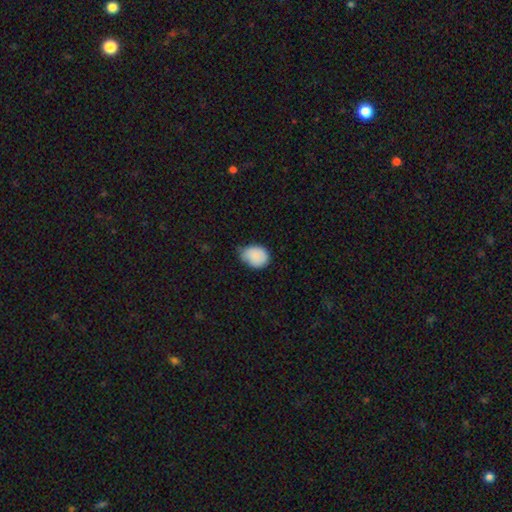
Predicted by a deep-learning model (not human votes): A smooth galaxy with no disk features (87%) that is in between round and cigar-shaped (53%).

Vote fractions:
- Smooth or featured? smooth: 87% / star or artifact: 8% / featured or disk: 5%
- How rounded? in between: 53% / round: 46% / cigar-shaped: 1%
- Merging? minor disturbance: 47% / none: 44% / major disturbance: 8% / merger: 2%